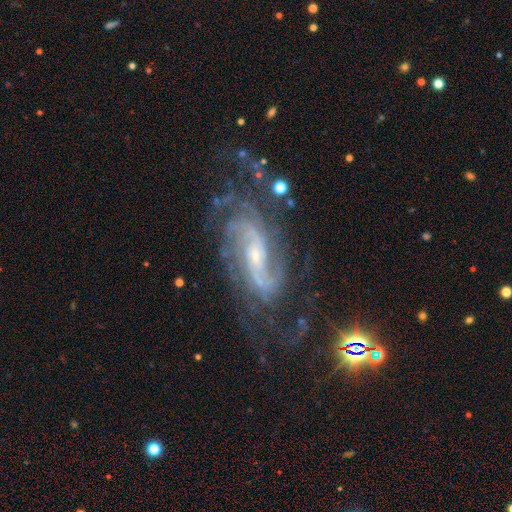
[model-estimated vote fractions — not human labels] Q: Smooth or featured?
A: featured or disk (89%); runner-up: star or artifact (7%)
Q: Edge-on disk?
A: no (95%); runner-up: yes (5%)
Q: Bar?
A: weak (40%); runner-up: no (39%)
Q: Spiral arms?
A: yes (98%); runner-up: no (2%)
Q: Spiral winding?
A: medium (43%); runner-up: tight (42%)
Q: Spiral arm count?
A: 2 (44%); runner-up: can't tell (19%)
Q: Bulge size?
A: small (70%); runner-up: moderate (23%)
Q: Merging?
A: none (67%); runner-up: minor disturbance (18%)